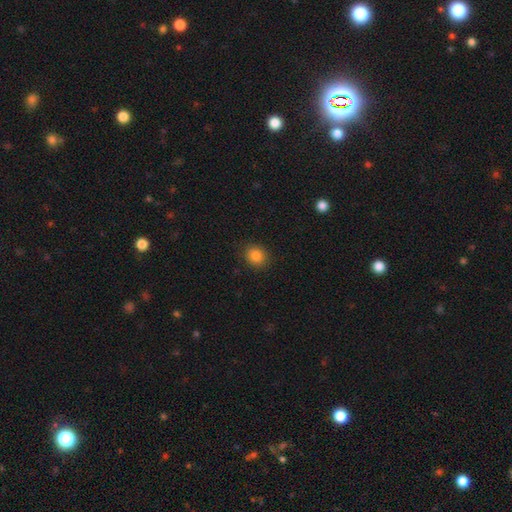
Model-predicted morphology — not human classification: smooth_or_featured: smooth (p=0.85) [alt: star or artifact p=0.11]
how_rounded: round (p=0.73) [alt: in between p=0.26]
merging: none (p=0.88) [alt: minor disturbance p=0.08]